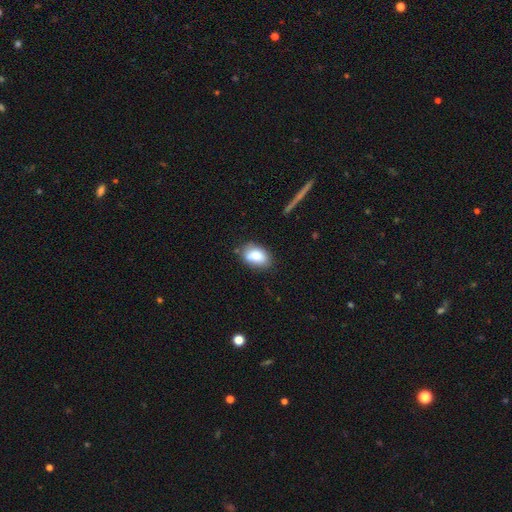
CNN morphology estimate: Overall: smooth (80%). How rounded: in between (86%). Merging: none (73%).